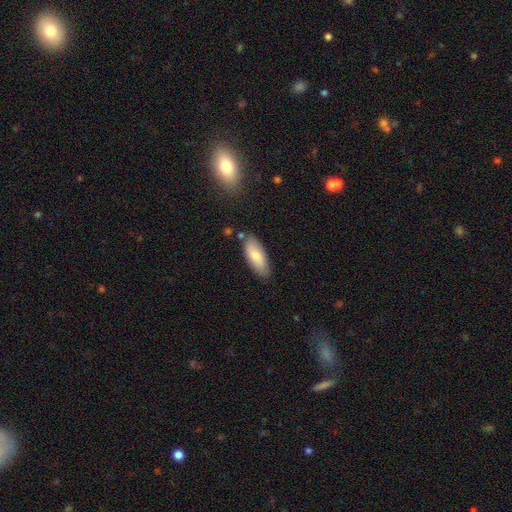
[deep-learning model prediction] Smooth or featured?
  - smooth: 78% *
  - featured or disk: 16%
  - star or artifact: 6%
How rounded?
  - in between: 78% *
  - cigar-shaped: 20%
  - round: 2%
Merging?
  - none: 78% *
  - minor disturbance: 16%
  - merger: 4%
  - major disturbance: 3%